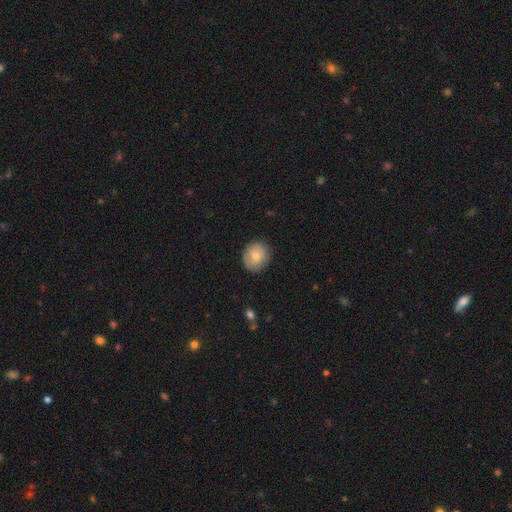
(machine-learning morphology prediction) Smooth or featured: smooth — 76% (featured or disk — 17%)
How rounded: round — 86% (in between — 13%)
Merging: none — 87% (minor disturbance — 10%)